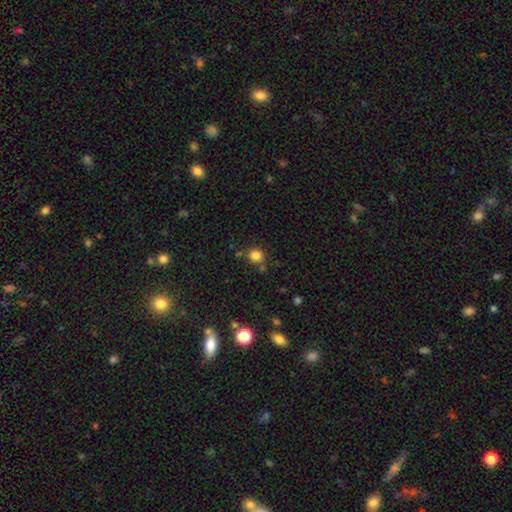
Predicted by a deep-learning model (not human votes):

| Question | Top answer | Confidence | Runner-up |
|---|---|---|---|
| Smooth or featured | smooth | 82% | star or artifact (14%) |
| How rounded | round | 86% | in between (13%) |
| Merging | none | 76% | minor disturbance (11%) |